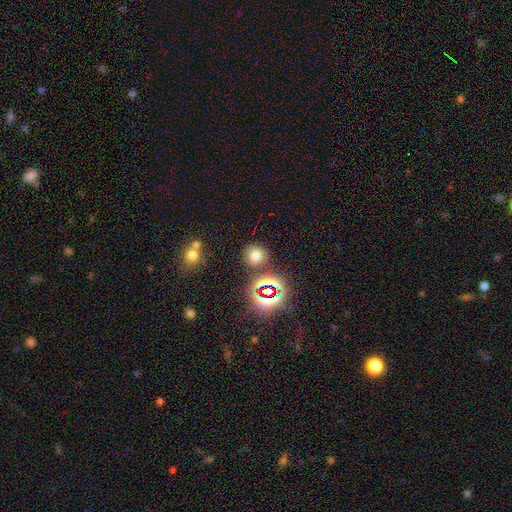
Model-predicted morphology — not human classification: Smooth or featured?
  - smooth: 66% *
  - star or artifact: 26%
  - featured or disk: 8%
How rounded?
  - round: 82% *
  - in between: 17%
  - cigar-shaped: 1%
Merging?
  - none: 79% *
  - minor disturbance: 10%
  - merger: 8%
  - major disturbance: 4%